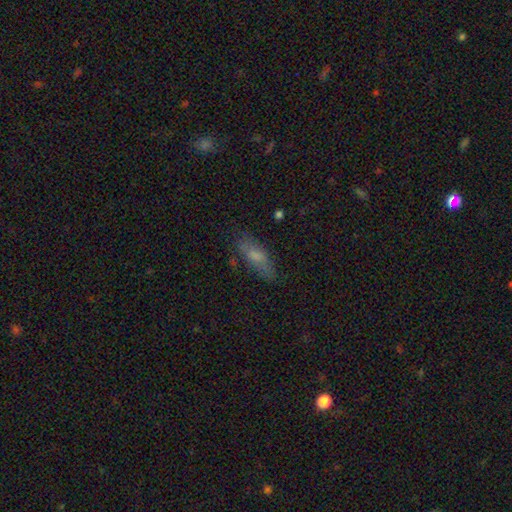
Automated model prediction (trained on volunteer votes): Smooth or featured: smooth — 65% (featured or disk — 25%)
How rounded: in between — 58% (cigar-shaped — 40%)
Merging: none — 72% (minor disturbance — 19%)